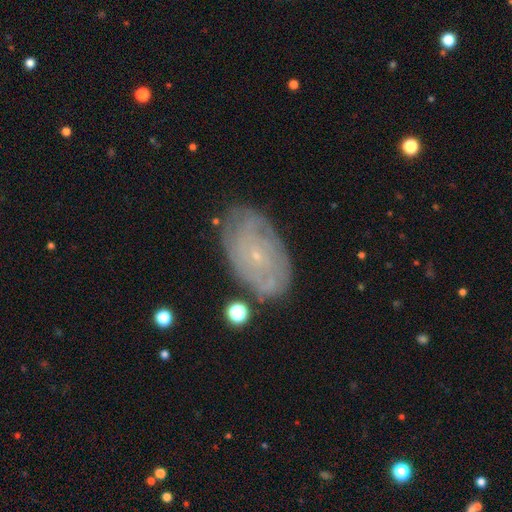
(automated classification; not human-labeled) This is likely a featured or disk galaxy (67%). It is clearly not viewed edge-on (94%). Bar: clearly no (84%). Spiral arm pattern: likely yes (77%). Central bulge: clearly small (90%). Merging: likely none (76%).